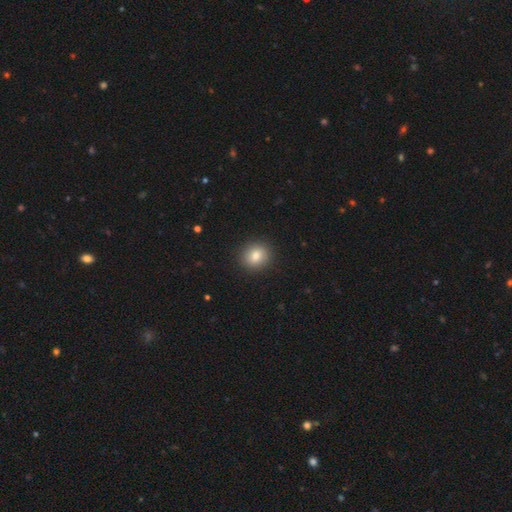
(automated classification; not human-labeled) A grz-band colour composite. It shows a smooth galaxy with no disk features (83%) that is round (80%). Merging: none (91%).